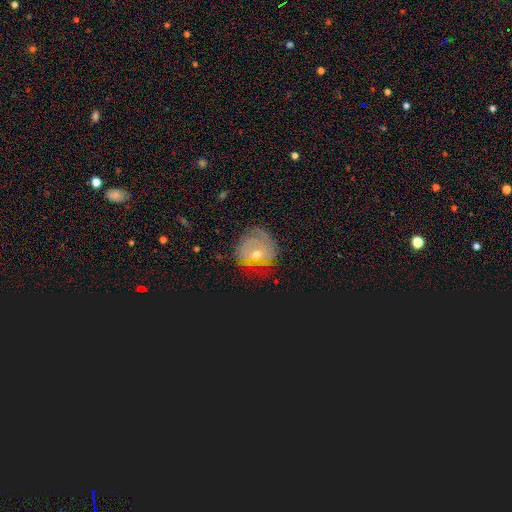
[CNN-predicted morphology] smooth-or-featured: featured or disk: 46% | star or artifact: 28% | smooth: 26%
  merging: none: 72% | minor disturbance: 18% | major disturbance: 8% | merger: 2%